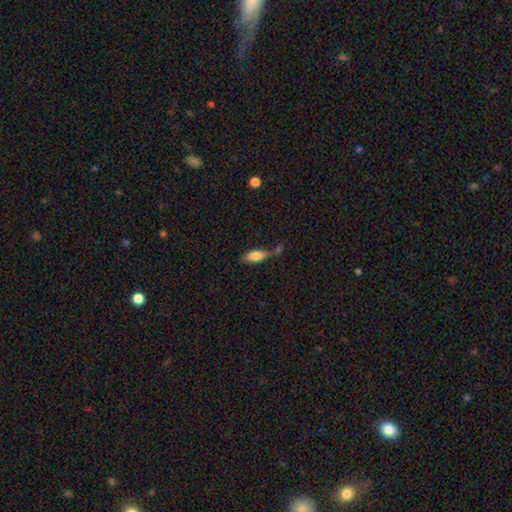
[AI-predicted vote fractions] Smooth or featured?
  - smooth: 75% *
  - featured or disk: 18%
  - star or artifact: 8%
How rounded?
  - in between: 73% *
  - cigar-shaped: 24%
  - round: 3%
Merging?
  - none: 46% *
  - merger: 24%
  - minor disturbance: 22%
  - major disturbance: 9%